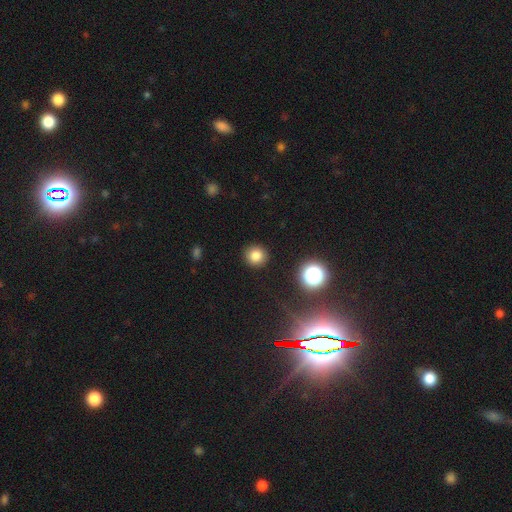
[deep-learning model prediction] Overall: smooth (80%). How rounded: round (91%). Merging: none (92%).